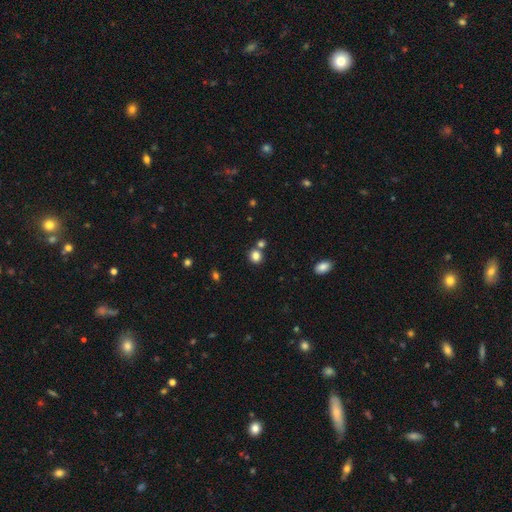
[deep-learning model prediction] Smooth or featured?
  - smooth: 82% *
  - star or artifact: 13%
  - featured or disk: 5%
How rounded?
  - round: 83% *
  - in between: 16%
  - cigar-shaped: 1%
Merging?
  - none: 69% *
  - merger: 20%
  - minor disturbance: 8%
  - major disturbance: 3%